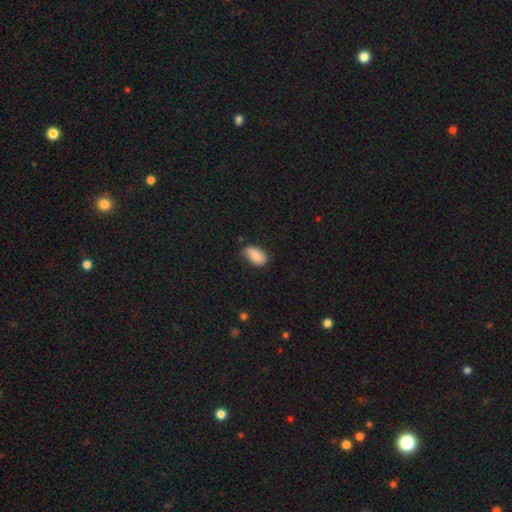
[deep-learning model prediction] Overall: smooth (82%). How rounded: in between (93%). Merging: none (71%).